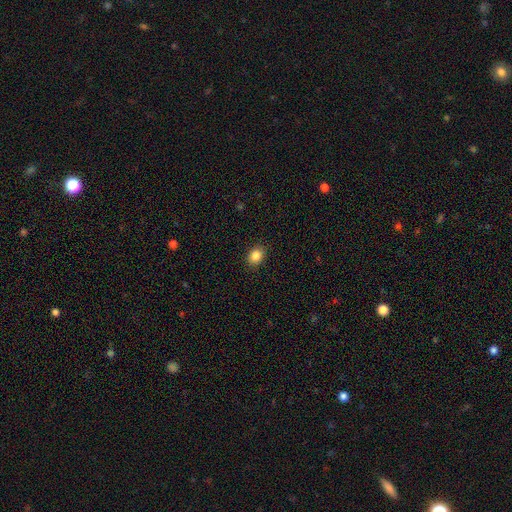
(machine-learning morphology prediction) A smooth galaxy with no disk features (86%) that is in between round and cigar-shaped (52%).

Vote fractions:
- Smooth or featured? smooth: 86% / star or artifact: 10% / featured or disk: 4%
- How rounded? in between: 52% / round: 47% / cigar-shaped: 1%
- Merging? none: 89% / minor disturbance: 8% / major disturbance: 2% / merger: 1%